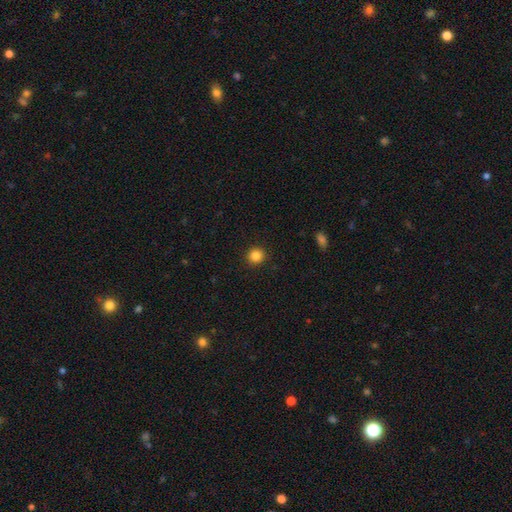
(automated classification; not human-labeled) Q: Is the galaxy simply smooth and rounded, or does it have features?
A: smooth — 85%.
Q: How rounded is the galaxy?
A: round — 93%.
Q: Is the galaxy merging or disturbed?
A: none — 92%.